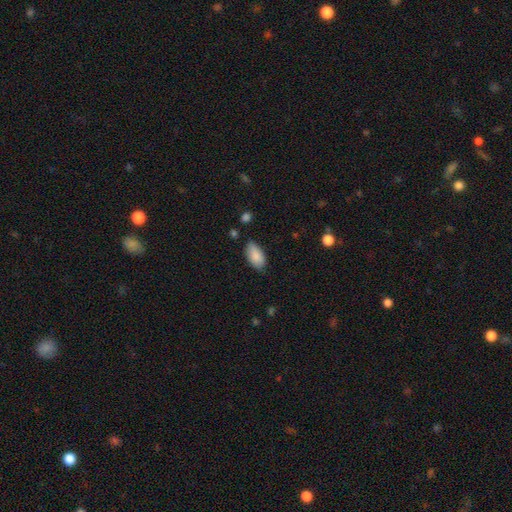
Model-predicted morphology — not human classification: type=smooth (87%); roundness=in between (93%); merging=none (74%).